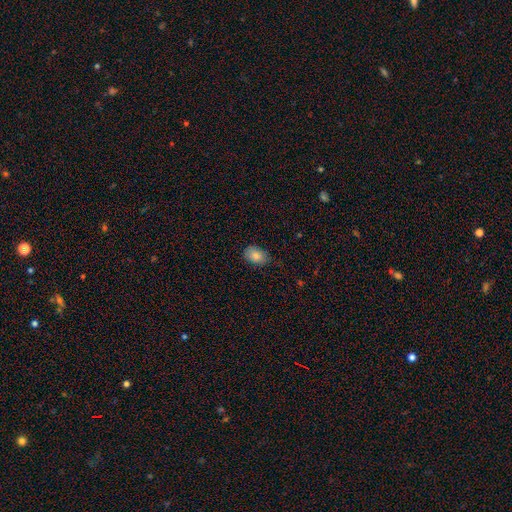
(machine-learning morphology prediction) Smooth or featured? Predicted: smooth (p=0.83). How rounded? Predicted: in between (p=0.83). Merging? Predicted: none (p=0.74).